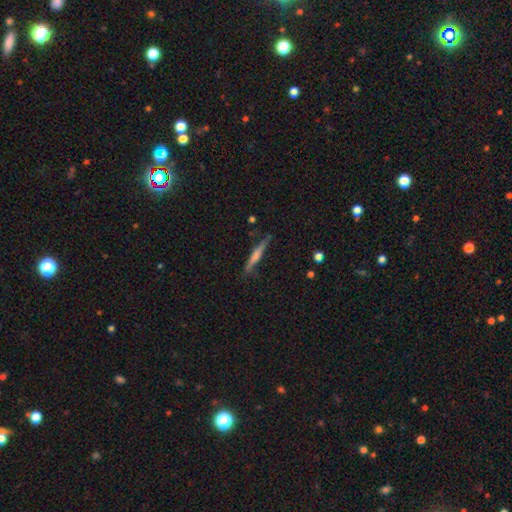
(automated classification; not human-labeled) Smooth or featured? featured or disk (55%)
Edge-on disk? yes (97%)
Edge-on bulge? rounded (49%)
Merging? none (85%)